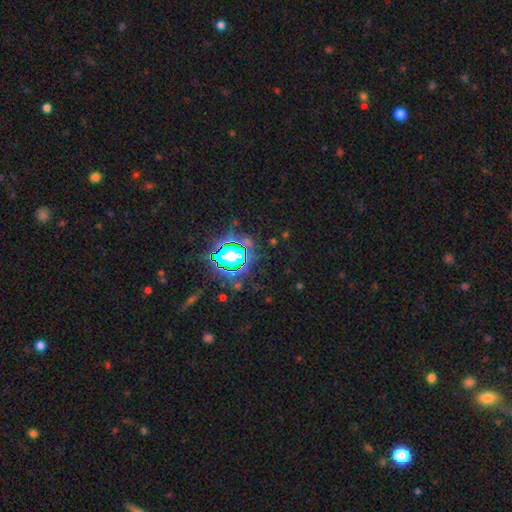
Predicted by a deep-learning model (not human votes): Smooth or featured? star or artifact (77%)